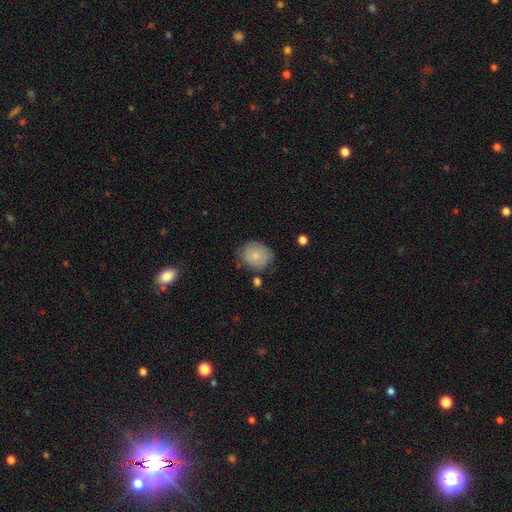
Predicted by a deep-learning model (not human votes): smooth 73%, featured or disk 20%, star or artifact 7%. Down the decision tree: how rounded — round (61%); merging — none (66%).